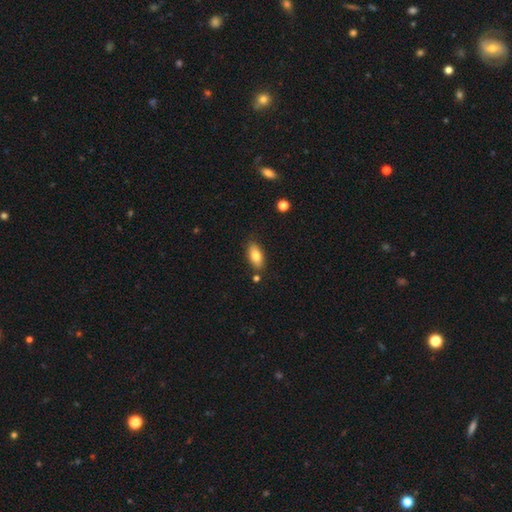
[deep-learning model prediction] This is likely a smooth galaxy (79%). How rounded: clearly in between (87%). Merging: clearly none (82%).